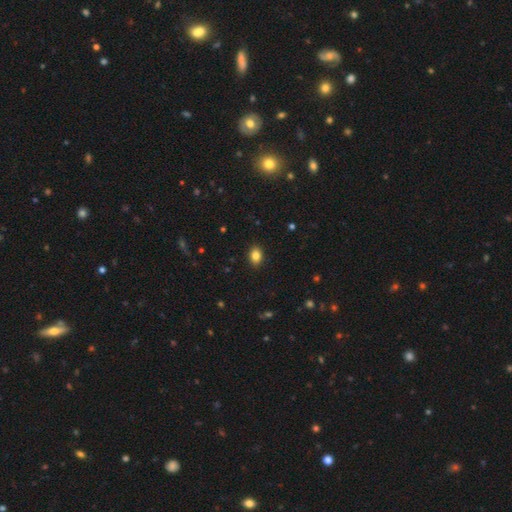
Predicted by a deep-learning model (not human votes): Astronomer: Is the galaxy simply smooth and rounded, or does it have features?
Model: smooth — 84%.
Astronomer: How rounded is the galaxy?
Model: in between — 71%.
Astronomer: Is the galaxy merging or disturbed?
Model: none — 89%.